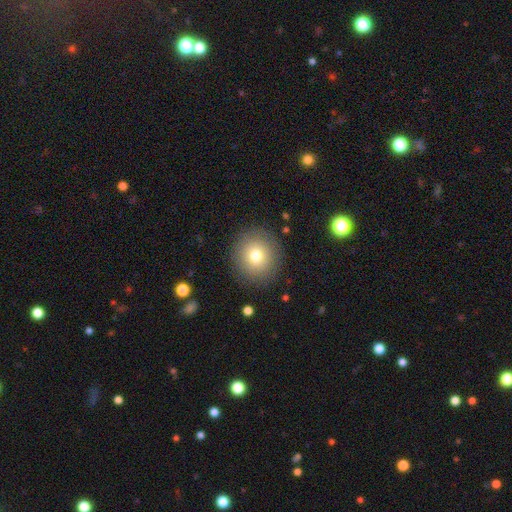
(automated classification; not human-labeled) Morphology: type=smooth (76%); roundness=round (92%); merging=none (89%).